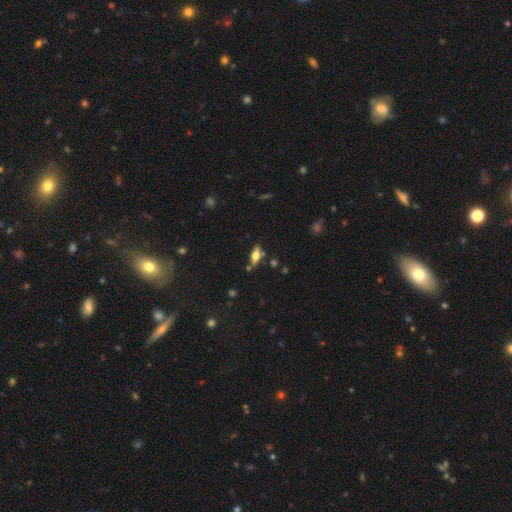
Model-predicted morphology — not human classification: Smooth or featured?
  - smooth: 46% *
  - featured or disk: 45%
  - star or artifact: 9%
Merging?
  - none: 73% *
  - minor disturbance: 15%
  - merger: 8%
  - major disturbance: 4%